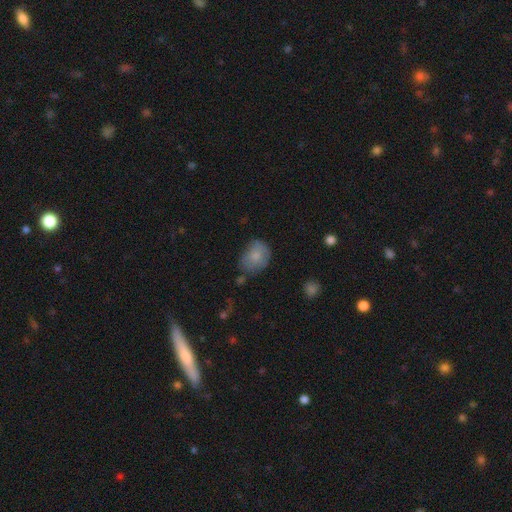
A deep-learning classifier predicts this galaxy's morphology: Q: Smooth or featured?
A: smooth (77%); runner-up: featured or disk (15%)
Q: How rounded?
A: in between (61%); runner-up: round (38%)
Q: Merging?
A: none (57%); runner-up: minor disturbance (30%)